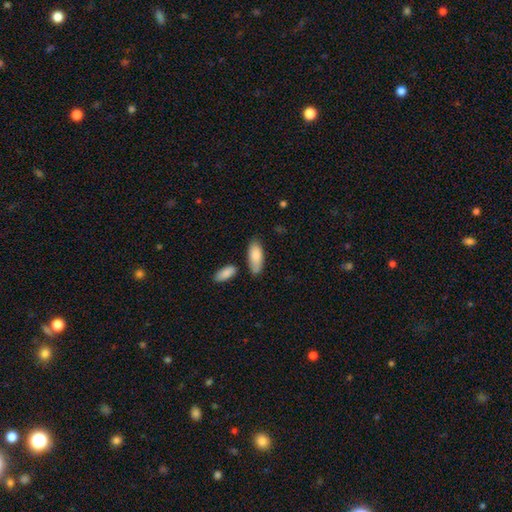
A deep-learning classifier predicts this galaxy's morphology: type=smooth (84%); roundness=in between (84%); merging=none (67%).